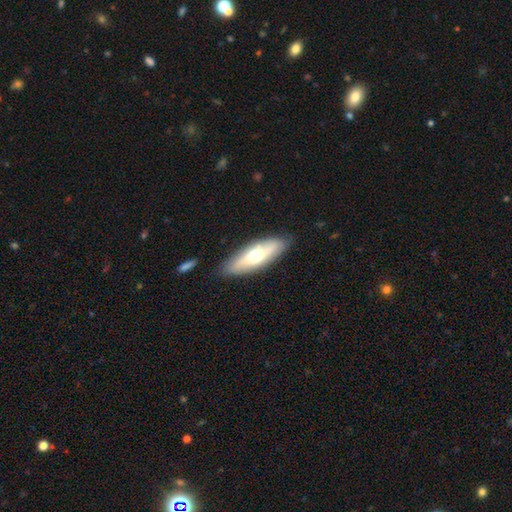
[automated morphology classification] Q: Smooth or featured?
A: smooth (55%); runner-up: featured or disk (39%)
Q: How rounded?
A: in between (57%); runner-up: cigar-shaped (40%)
Q: Merging?
A: none (85%); runner-up: minor disturbance (11%)